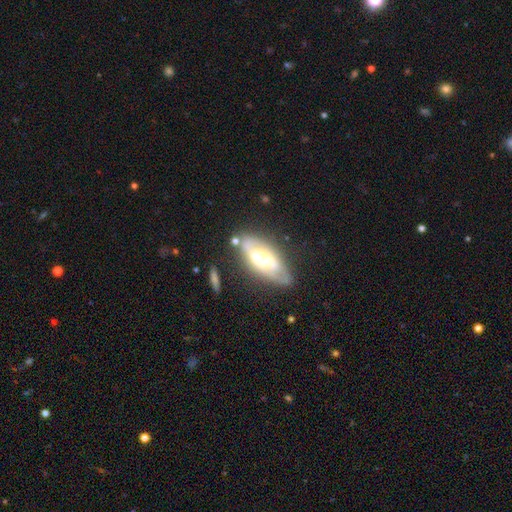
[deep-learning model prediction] The model was most divided on "smooth or featured": featured or disk: 61%, smooth: 32%, star or artifact: 7%. More confident: edge-on disk — no (76%); merging — none (57%).